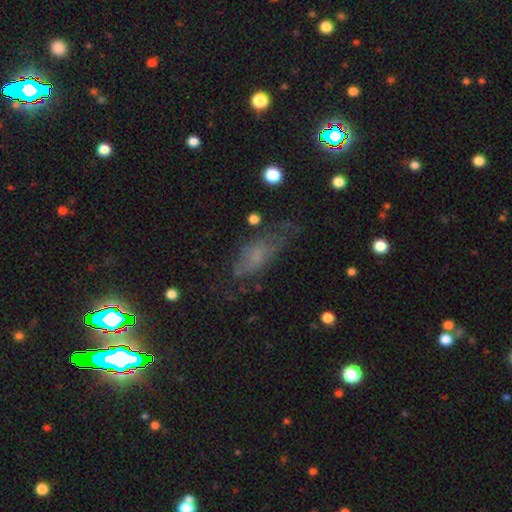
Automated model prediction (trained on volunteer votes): smooth_or_featured: smooth (p=0.49) [alt: featured or disk p=0.33]
merging: none (p=0.52) [alt: minor disturbance p=0.26]